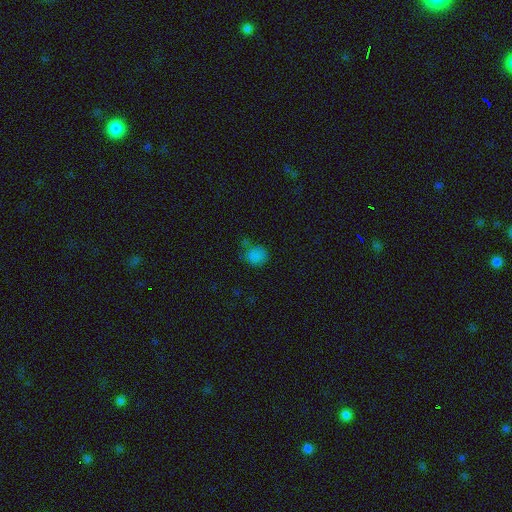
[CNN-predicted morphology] Smooth or featured: smooth — 78% (star or artifact — 17%)
How rounded: round — 71% (in between — 28%)
Merging: none — 62% (minor disturbance — 20%)